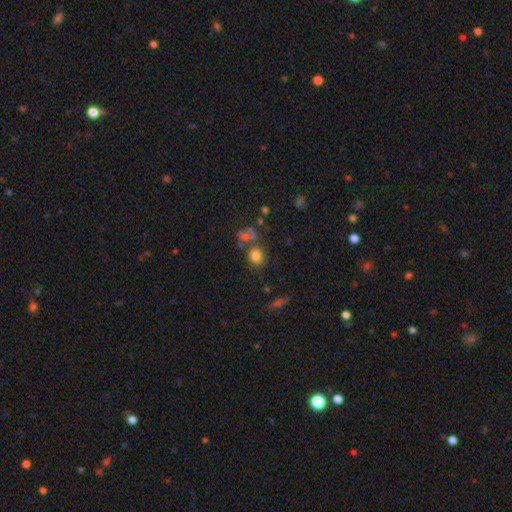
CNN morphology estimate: smooth 77%, star or artifact 14%, featured or disk 9%. Down the decision tree: how rounded — round (73%); merging — none (63%).